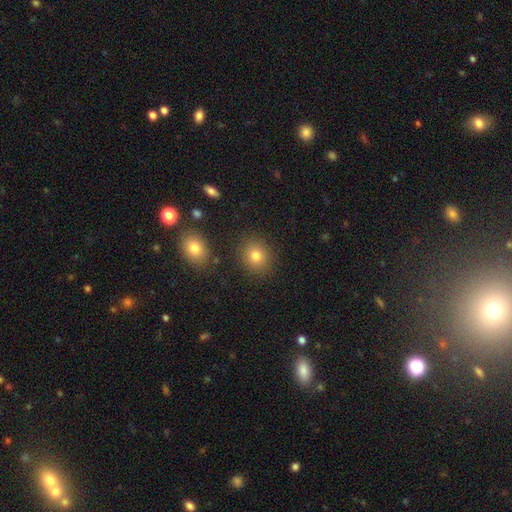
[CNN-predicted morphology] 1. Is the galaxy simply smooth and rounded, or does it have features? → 79% smooth, 13% star or artifact, 8% featured or disk.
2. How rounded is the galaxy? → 76% round, 23% in between, 1% cigar-shaped.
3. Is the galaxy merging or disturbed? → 87% none, 7% minor disturbance, 3% merger, 3% major disturbance.